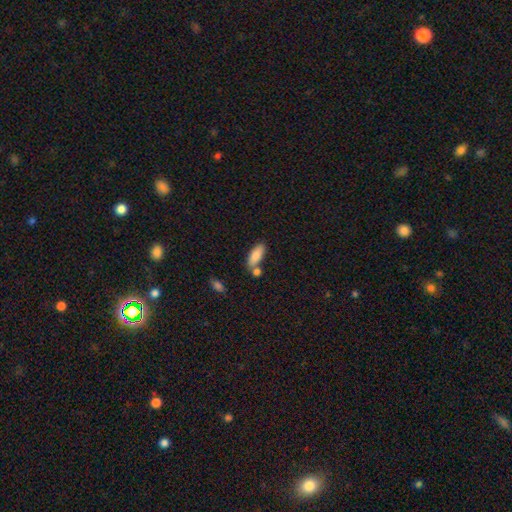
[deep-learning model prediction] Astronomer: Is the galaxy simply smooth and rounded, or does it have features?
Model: smooth — 84%.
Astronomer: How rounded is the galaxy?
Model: in between — 76%.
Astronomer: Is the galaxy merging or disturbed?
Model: none — 60%.